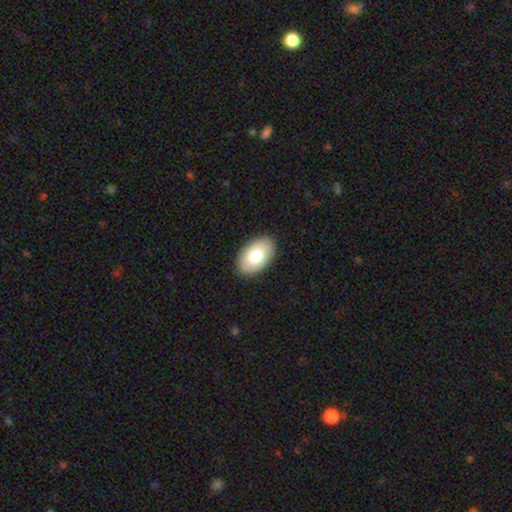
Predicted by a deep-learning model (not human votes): The model was most divided on "smooth or featured": smooth: 80%, featured or disk: 14%, star or artifact: 6%. More confident: how rounded — in between (94%); merging — none (89%).